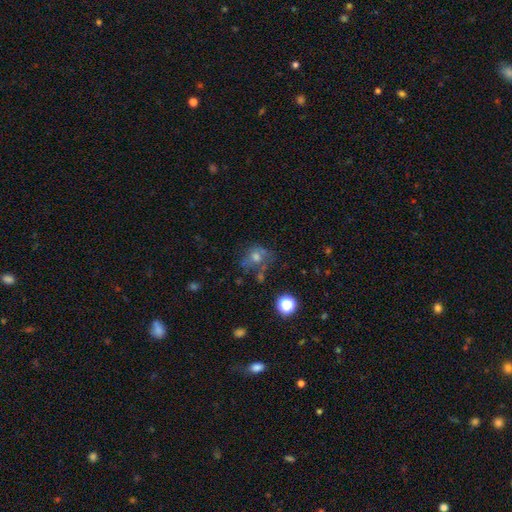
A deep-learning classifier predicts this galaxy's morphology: A smooth galaxy with no disk features (45%). Merging: none (51%).